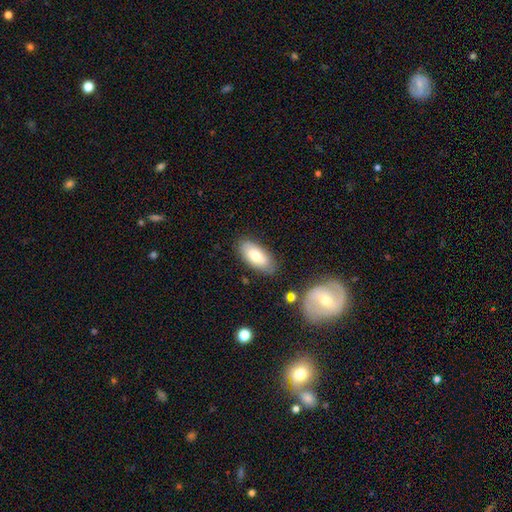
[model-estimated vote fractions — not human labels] smooth_or_featured: smooth (p=0.75) [alt: featured or disk p=0.18]
how_rounded: in between (p=0.89) [alt: cigar-shaped p=0.09]
merging: none (p=0.81) [alt: minor disturbance p=0.13]